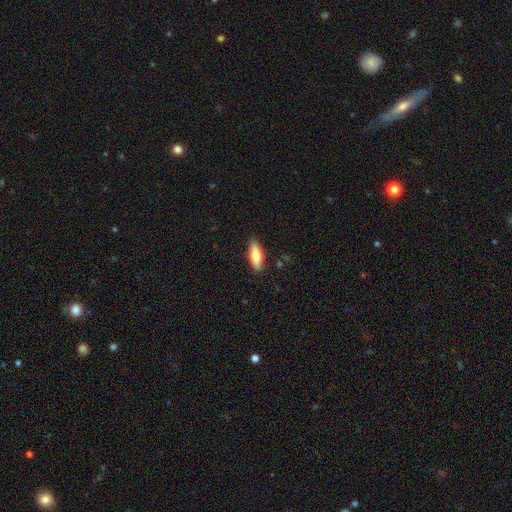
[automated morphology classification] smooth_or_featured: smooth (p=0.69) [alt: featured or disk p=0.25]
how_rounded: in between (p=0.62) [alt: cigar-shaped p=0.36]
merging: none (p=0.88) [alt: minor disturbance p=0.09]